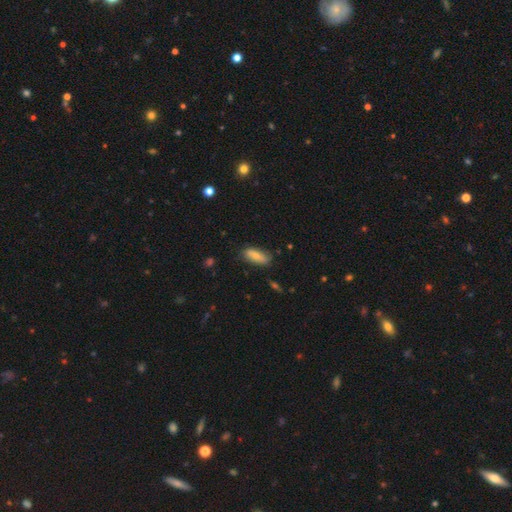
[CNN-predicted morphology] smooth-or-featured: smooth: 75% | featured or disk: 18% | star or artifact: 7%
  how-rounded: in between: 80% | cigar-shaped: 17% | round: 2%
  merging: none: 75% | minor disturbance: 19% | major disturbance: 4% | merger: 2%